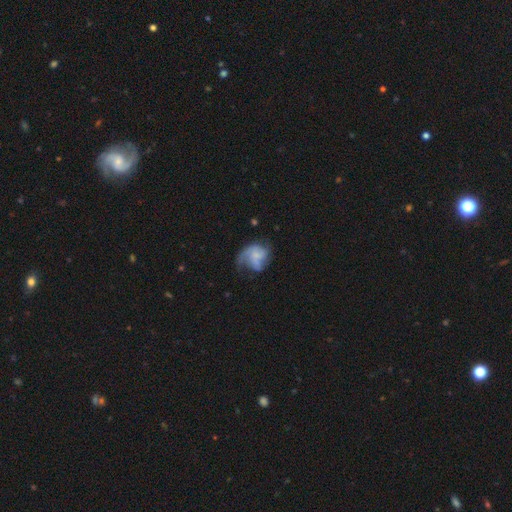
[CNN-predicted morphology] The model was most divided on "merging": none: 37%, major disturbance: 34%, minor disturbance: 25%, merger: 3%. Remaining: edge-on disk — no (98%); spiral arms — yes (81%); bar — no (68%); smooth or featured — featured or disk (59%); bulge size — none (39%).